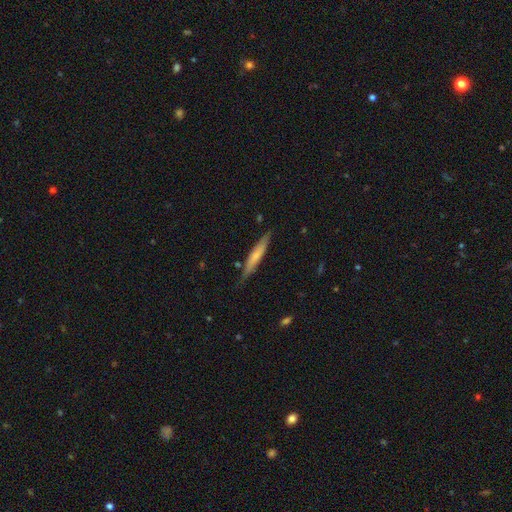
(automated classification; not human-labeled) Smooth or featured?
  - smooth: 57% *
  - featured or disk: 37%
  - star or artifact: 6%
How rounded?
  - cigar-shaped: 91% *
  - in between: 8%
  - round: 1%
Merging?
  - none: 79% *
  - minor disturbance: 16%
  - major disturbance: 3%
  - merger: 2%